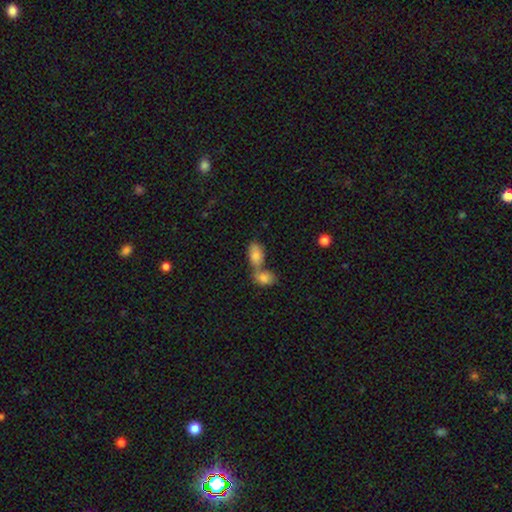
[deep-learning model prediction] Q: Smooth or featured?
A: smooth (81%); runner-up: featured or disk (10%)
Q: How rounded?
A: in between (90%); runner-up: round (7%)
Q: Merging?
A: merger (60%); runner-up: none (29%)